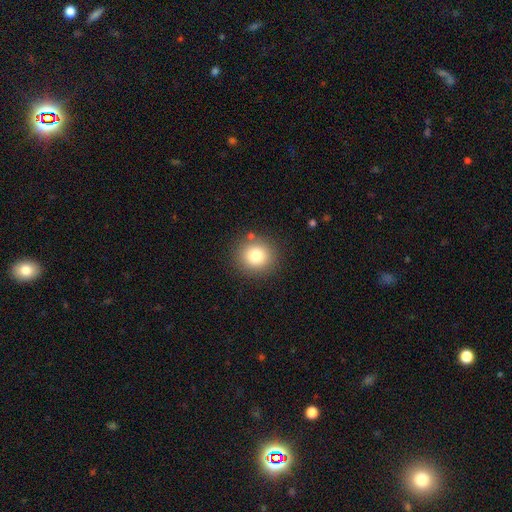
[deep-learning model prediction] Q: Smooth or featured?
A: smooth (79%); runner-up: star or artifact (12%)
Q: How rounded?
A: round (90%); runner-up: in between (9%)
Q: Merging?
A: none (86%); runner-up: minor disturbance (8%)